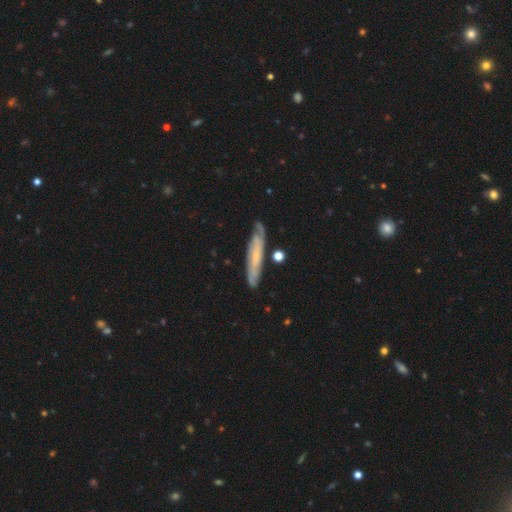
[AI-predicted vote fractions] Smooth or featured? featured or disk (62%)
Edge-on disk? no (52%)
Merging? none (76%)